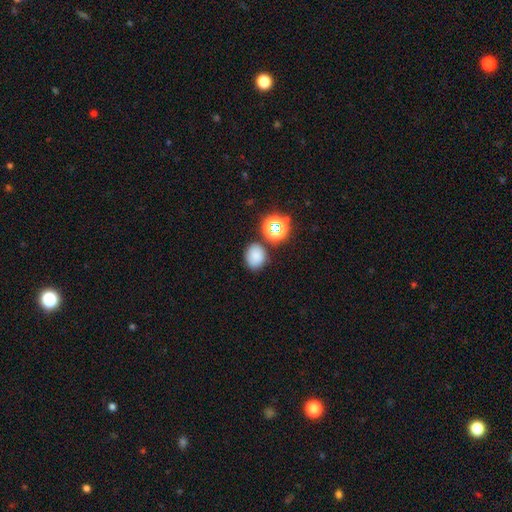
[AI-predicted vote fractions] A smooth galaxy with no disk features (79%) that is round (55%).

Vote fractions:
- Smooth or featured? smooth: 79% / star or artifact: 15% / featured or disk: 6%
- How rounded? round: 55% / in between: 44% / cigar-shaped: 1%
- Merging? none: 78% / minor disturbance: 11% / merger: 7% / major disturbance: 3%